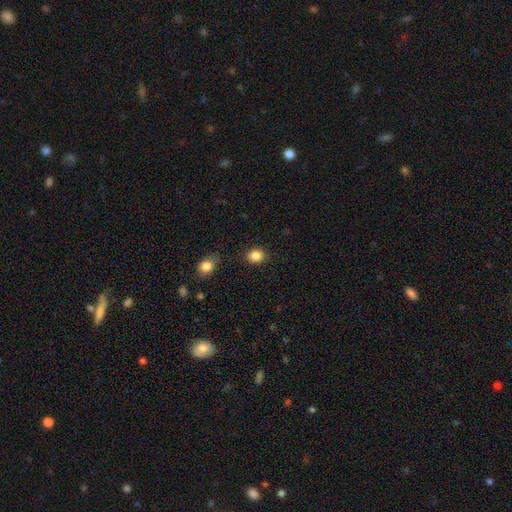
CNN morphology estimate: smooth 86%, star or artifact 10%, featured or disk 4%. Down the decision tree: how rounded — round (58%); merging — none (86%).